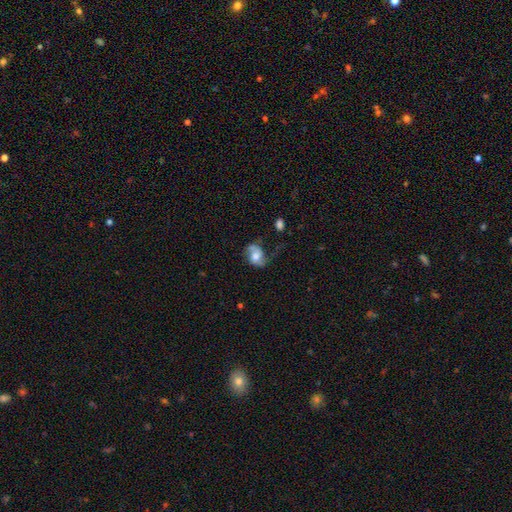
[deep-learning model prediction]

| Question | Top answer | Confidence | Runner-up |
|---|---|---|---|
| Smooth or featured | featured or disk | 54% | smooth (38%) |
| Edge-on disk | no | 97% | yes (3%) |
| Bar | no | 64% | weak (29%) |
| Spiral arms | yes | 85% | no (15%) |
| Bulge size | moderate | 48% | large (29%) |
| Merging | none | 47% | minor disturbance (28%) |